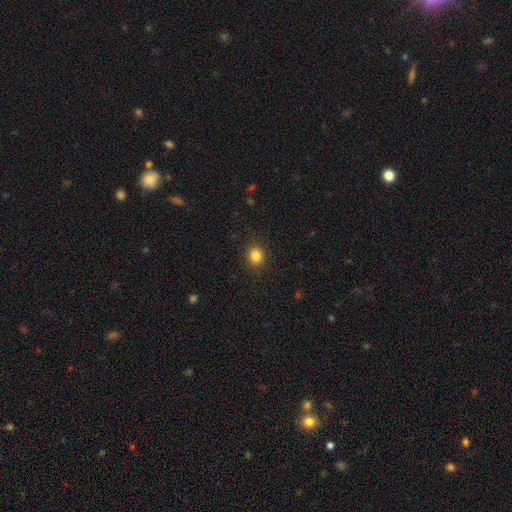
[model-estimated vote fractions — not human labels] A smooth galaxy with no disk features (85%) that is round (71%).

Vote fractions:
- Smooth or featured? smooth: 85% / star or artifact: 11% / featured or disk: 4%
- How rounded? round: 71% / in between: 28% / cigar-shaped: 1%
- Merging? none: 89% / minor disturbance: 7% / major disturbance: 2% / merger: 1%